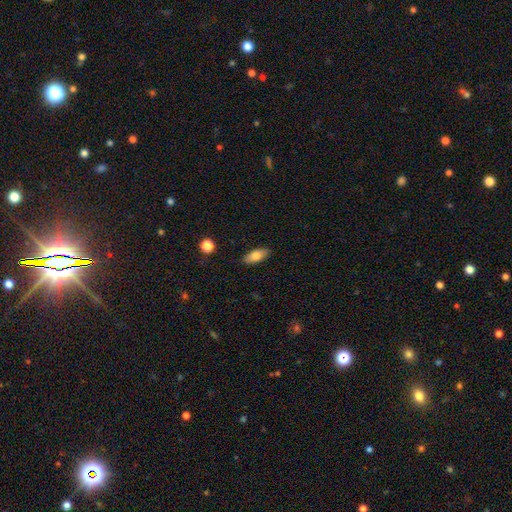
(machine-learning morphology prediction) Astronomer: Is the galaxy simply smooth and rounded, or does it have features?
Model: smooth — 78%.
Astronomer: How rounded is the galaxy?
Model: in between — 83%.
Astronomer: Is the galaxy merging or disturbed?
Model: none — 87%.